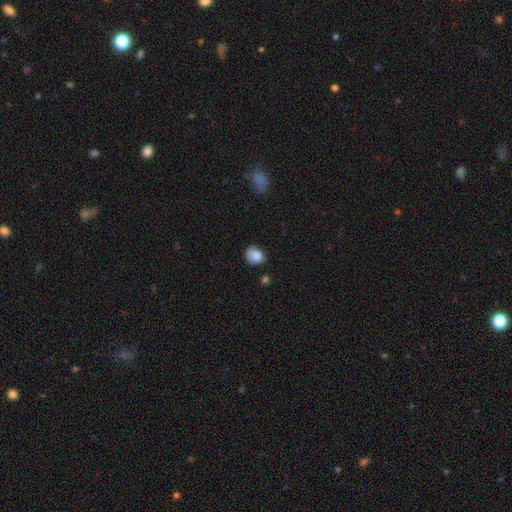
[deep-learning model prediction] This appears to be a smooth galaxy with no disk features (84%) that is round (58%). Merging: none (62%).